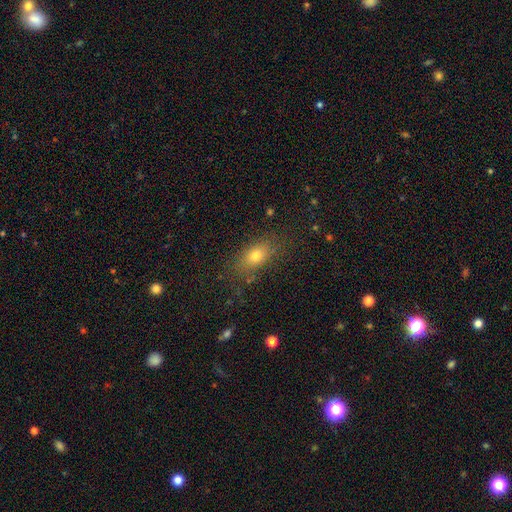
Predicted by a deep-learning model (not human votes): A smooth galaxy with no disk features (74%) that is in between round and cigar-shaped (77%). Merging: none (78%).